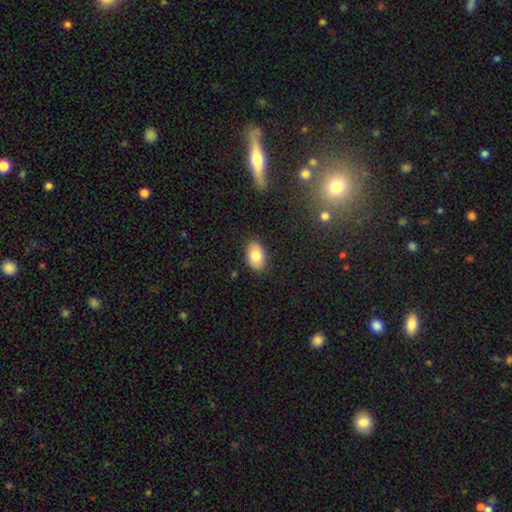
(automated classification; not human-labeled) A smooth galaxy with no disk features (81%) that is in between round and cigar-shaped (91%).

Vote fractions:
- Smooth or featured? smooth: 81% / featured or disk: 12% / star or artifact: 7%
- How rounded? in between: 91% / round: 8% / cigar-shaped: 1%
- Merging? none: 87% / minor disturbance: 10% / major disturbance: 2% / merger: 1%